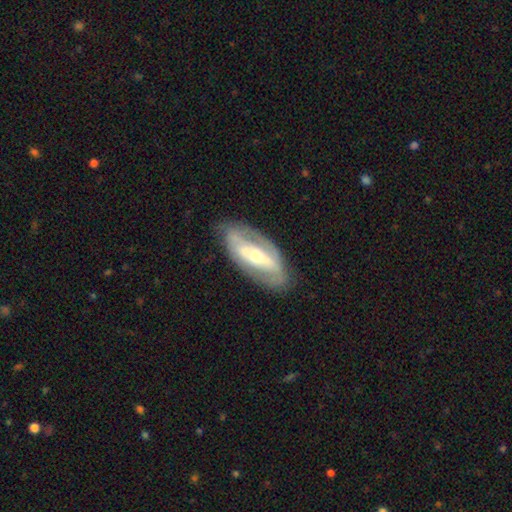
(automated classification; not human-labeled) This appears to be a featured or disk galaxy (74%) with a strong bar (55%), spiral arms (58%) and a moderate central bulge (54%). Merging: none (75%).